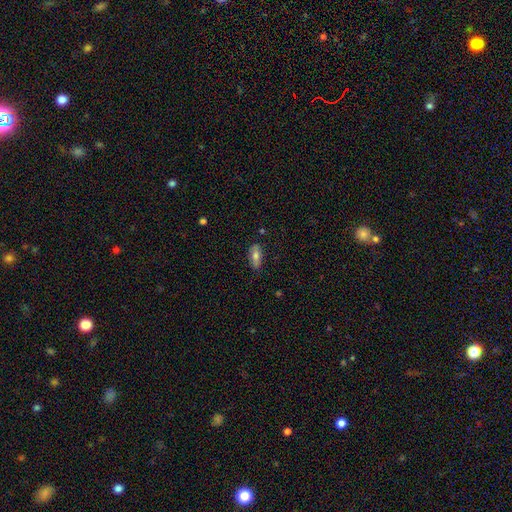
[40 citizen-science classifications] Smooth or featured? smooth (68%)
How rounded? in between (56%)
Merging? none (82%)